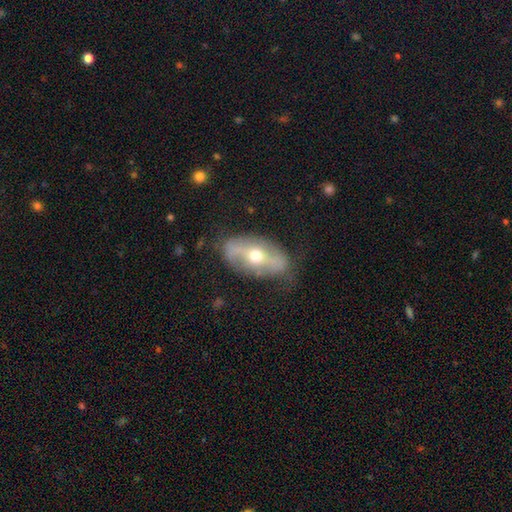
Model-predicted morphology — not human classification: smooth_or_featured: featured or disk (p=0.65) [alt: smooth p=0.28]
disk_edge_on: no (p=0.83) [alt: yes p=0.17]
bar: strong (p=0.43) [alt: no p=0.32]
has_spiral_arms: no (p=0.55) [alt: yes p=0.45]
bulge_size: moderate (p=0.70) [alt: small p=0.22]
merging: none (p=0.71) [alt: minor disturbance p=0.19]